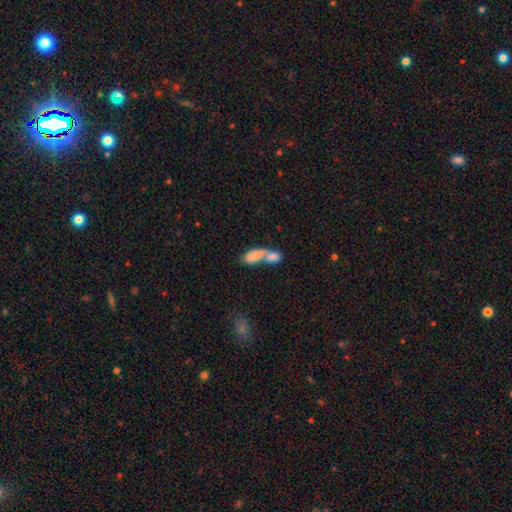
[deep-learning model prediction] Smooth or featured: smooth — 67% (featured or disk — 25%)
How rounded: in between — 83% (cigar-shaped — 10%)
Merging: merger — 76% (none — 12%)